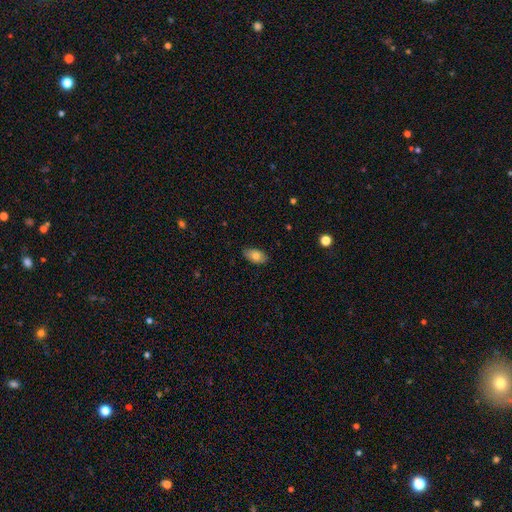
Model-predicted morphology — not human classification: type=smooth (79%); roundness=in between (93%); merging=none (85%).